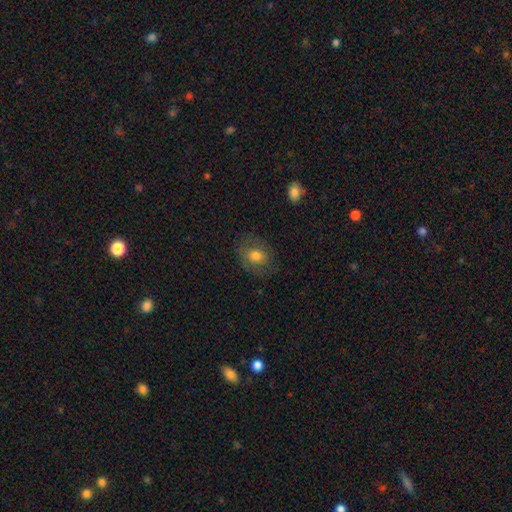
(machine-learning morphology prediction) Smooth or featured: smooth — 66% (featured or disk — 24%)
How rounded: in between — 51% (round — 48%)
Merging: none — 77% (minor disturbance — 16%)